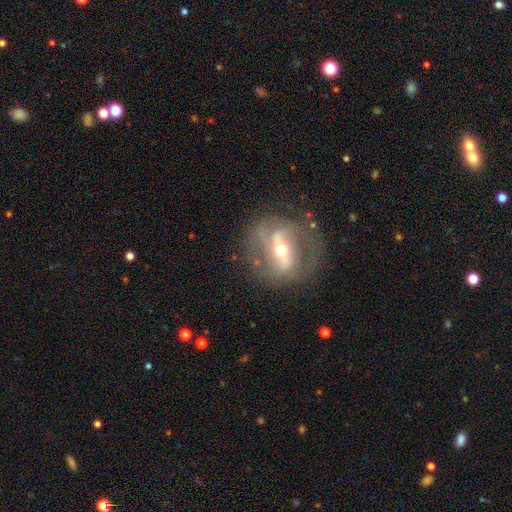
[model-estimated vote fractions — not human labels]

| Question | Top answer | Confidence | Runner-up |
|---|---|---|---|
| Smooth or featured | featured or disk | 75% | smooth (14%) |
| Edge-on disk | no | 84% | yes (16%) |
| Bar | strong | 59% | weak (27%) |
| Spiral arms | yes | 54% | no (46%) |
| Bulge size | moderate | 53% | small (40%) |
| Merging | none | 74% | minor disturbance (13%) |